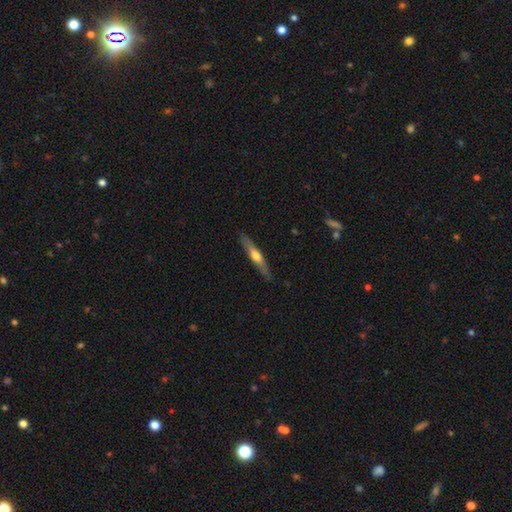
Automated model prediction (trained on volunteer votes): The model was most divided on "smooth or featured": featured or disk: 55%, smooth: 39%, star or artifact: 5%. More confident: edge-on disk — yes (92%); merging — none (88%); edge-on bulge — rounded (85%).